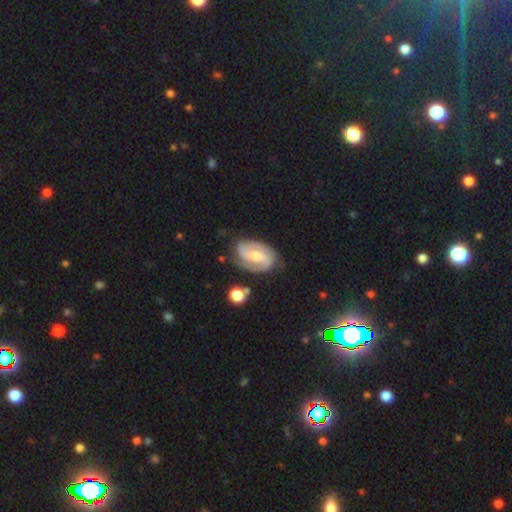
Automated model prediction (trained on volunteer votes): featured or disk 84%, smooth 11%, star or artifact 5%. Down the decision tree: edge-on disk — no (97%); bar — weak (43%); spiral arms — yes (96%); spiral arm count — 2 (81%); spiral winding — medium (47%); bulge size — moderate (49%); merging — none (74%).